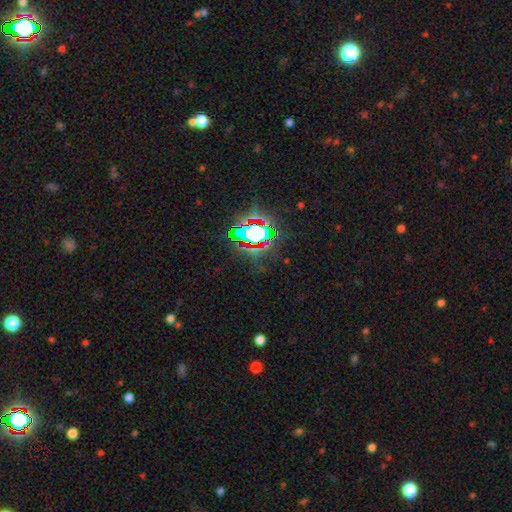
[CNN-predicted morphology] Smooth or featured: star or artifact — 82% (smooth — 10%)